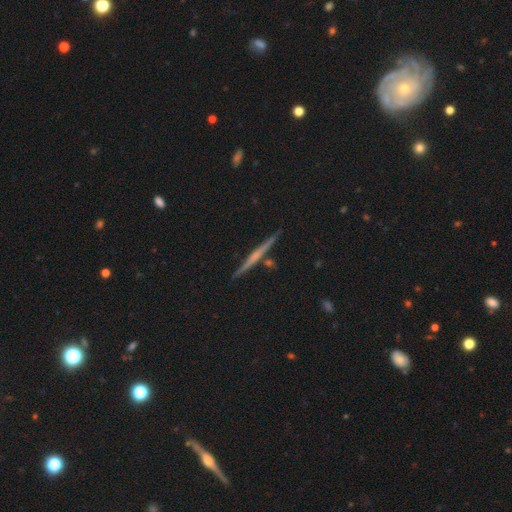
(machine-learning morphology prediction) featured or disk 63%, smooth 31%, star or artifact 6%. Down the decision tree: edge-on disk — yes (98%); edge-on bulge — none (69%); merging — none (89%).